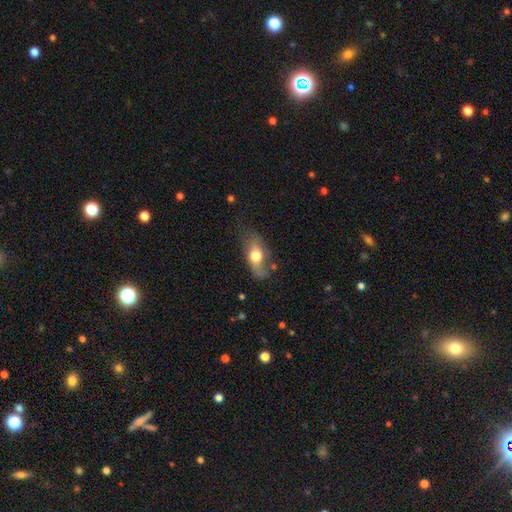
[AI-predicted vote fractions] This is possibly a smooth galaxy (60%). How rounded: clearly in between (83%). Merging: possibly none (46%).